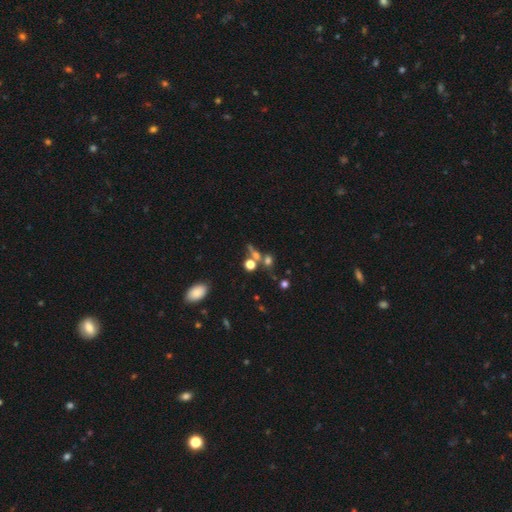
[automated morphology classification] smooth_or_featured: smooth (p=0.39) [alt: star or artifact p=0.38]
merging: none (p=0.53) [alt: merger p=0.31]